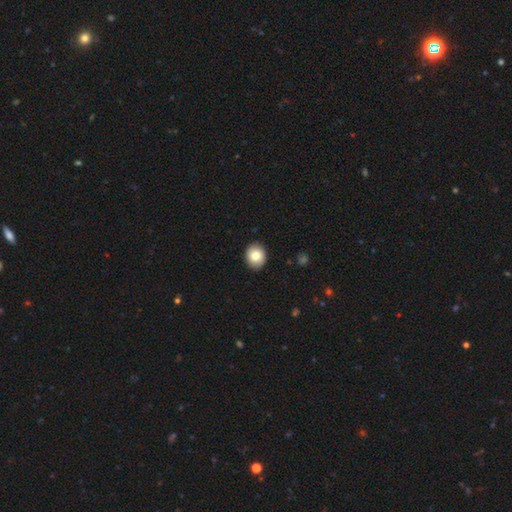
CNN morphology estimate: smooth-or-featured: smooth: 81% | featured or disk: 11% | star or artifact: 8%
  how-rounded: round: 61% | in between: 38% | cigar-shaped: 1%
  merging: none: 89% | minor disturbance: 8% | major disturbance: 2% | merger: 1%